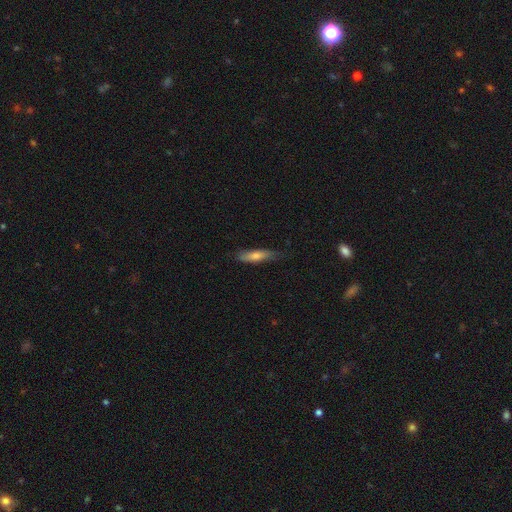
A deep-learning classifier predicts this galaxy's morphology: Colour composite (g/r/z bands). It shows a smooth galaxy with no disk features (61%) that is cigar-shaped (79%). Merging: none (77%).